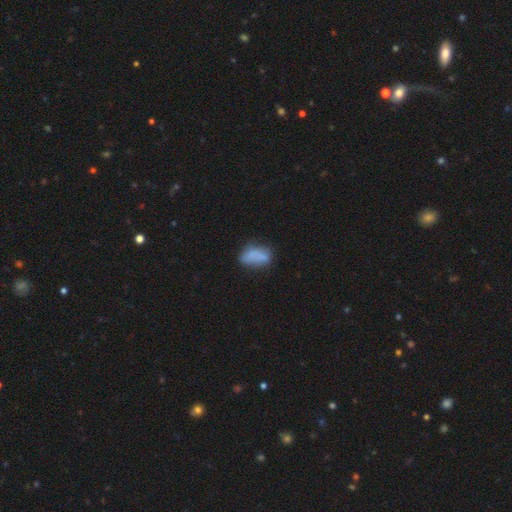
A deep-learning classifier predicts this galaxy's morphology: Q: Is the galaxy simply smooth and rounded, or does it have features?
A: smooth — 73%.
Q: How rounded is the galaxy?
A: in between — 87%.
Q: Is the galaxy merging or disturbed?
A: none — 46%.